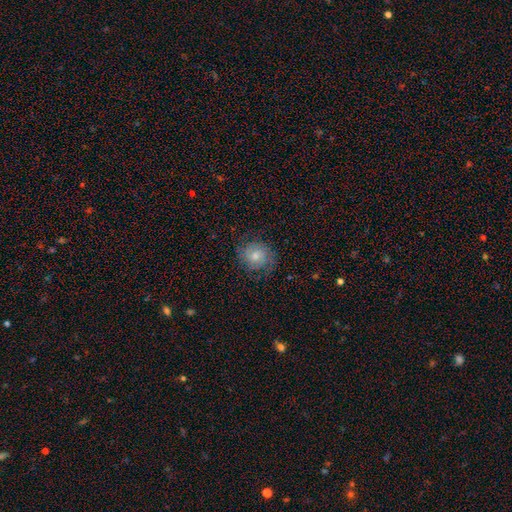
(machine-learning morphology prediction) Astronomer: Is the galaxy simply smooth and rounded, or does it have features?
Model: featured or disk — 60%.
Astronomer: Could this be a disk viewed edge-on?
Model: no — 97%.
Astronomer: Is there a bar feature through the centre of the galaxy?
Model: no — 72%.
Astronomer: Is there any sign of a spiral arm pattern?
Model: yes — 90%.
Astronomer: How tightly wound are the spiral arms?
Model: tight — 60%.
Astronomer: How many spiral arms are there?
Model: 2 — 50% (runner-up: can't tell, 28%).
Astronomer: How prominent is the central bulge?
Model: moderate — 56% (runner-up: small, 36%).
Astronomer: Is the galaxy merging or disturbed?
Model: none — 77%.